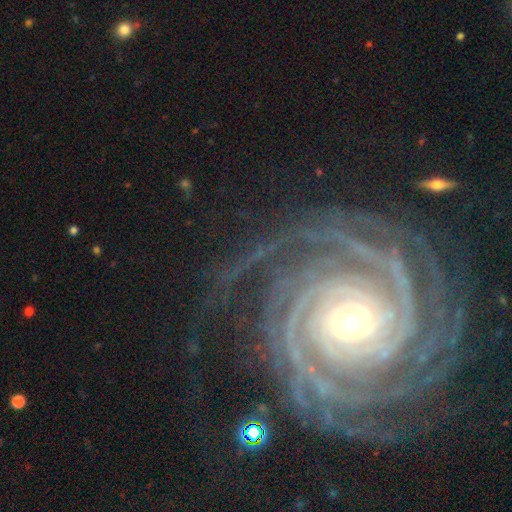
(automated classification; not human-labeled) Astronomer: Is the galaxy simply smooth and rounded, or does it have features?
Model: featured or disk — 90%.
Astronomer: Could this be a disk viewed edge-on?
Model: no — 97%.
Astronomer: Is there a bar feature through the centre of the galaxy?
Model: no — 46% (runner-up: weak, 28%).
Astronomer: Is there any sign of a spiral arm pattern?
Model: yes — 98%.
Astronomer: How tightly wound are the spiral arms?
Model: tight — 84%.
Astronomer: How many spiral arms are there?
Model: more than 4 — 20%, tied with 4 at 20%.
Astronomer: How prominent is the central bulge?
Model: moderate — 57% (runner-up: small, 36%).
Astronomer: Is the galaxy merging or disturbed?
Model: none — 74%.